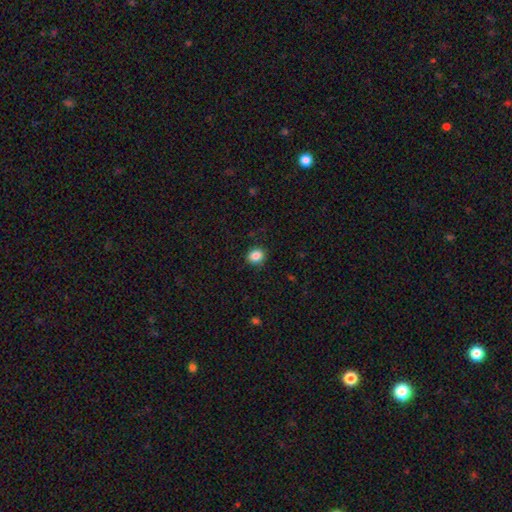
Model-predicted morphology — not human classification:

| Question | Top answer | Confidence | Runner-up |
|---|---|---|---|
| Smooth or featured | smooth | 86% | star or artifact (10%) |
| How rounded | round | 62% | in between (37%) |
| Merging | none | 88% | minor disturbance (9%) |